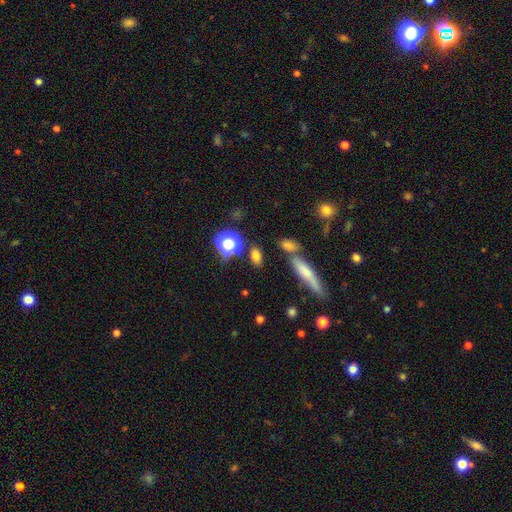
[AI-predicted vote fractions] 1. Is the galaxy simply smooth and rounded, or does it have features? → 73% smooth, 18% star or artifact, 9% featured or disk.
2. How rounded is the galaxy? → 72% in between, 18% round, 10% cigar-shaped.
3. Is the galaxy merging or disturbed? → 76% none, 10% minor disturbance, 10% merger, 4% major disturbance.